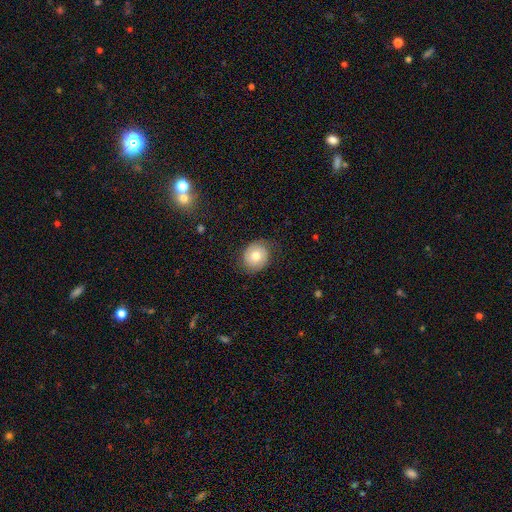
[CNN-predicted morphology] The model was most divided on "smooth or featured": smooth: 66%, featured or disk: 26%, star or artifact: 8%. More confident: how rounded — round (79%); merging — none (78%).